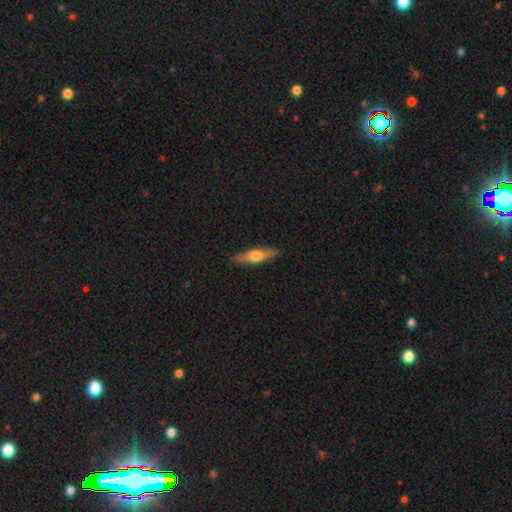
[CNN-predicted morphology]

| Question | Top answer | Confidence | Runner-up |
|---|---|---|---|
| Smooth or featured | featured or disk | 53% | smooth (41%) |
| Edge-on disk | yes | 93% | no (7%) |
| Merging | none | 90% | minor disturbance (7%) |